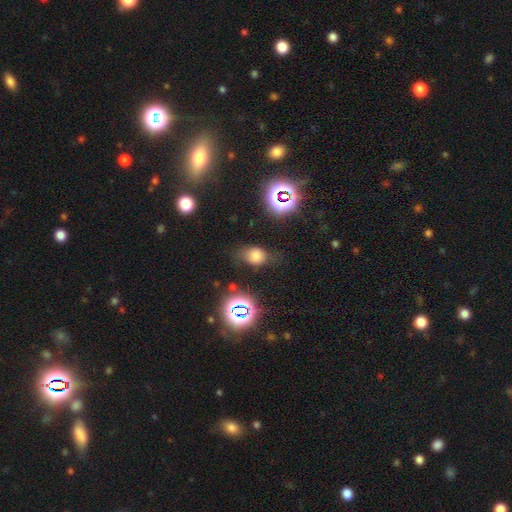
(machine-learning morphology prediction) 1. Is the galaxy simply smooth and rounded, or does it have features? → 68% smooth, 20% star or artifact, 12% featured or disk.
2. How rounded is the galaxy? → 67% in between, 31% round, 2% cigar-shaped.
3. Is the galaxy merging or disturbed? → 62% none, 25% minor disturbance, 10% major disturbance, 3% merger.